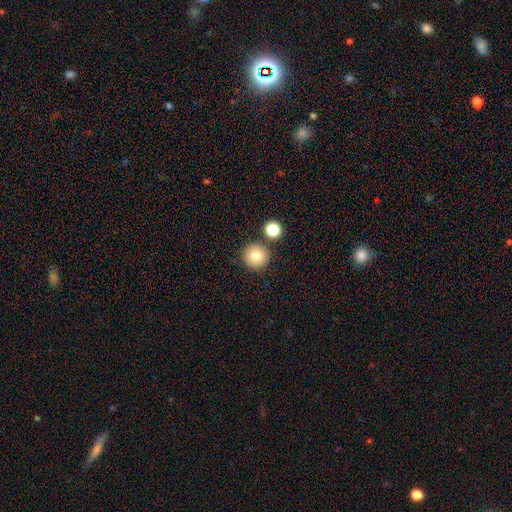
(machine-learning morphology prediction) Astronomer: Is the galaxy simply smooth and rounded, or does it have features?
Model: smooth — 81%.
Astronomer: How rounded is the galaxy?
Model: round — 95%.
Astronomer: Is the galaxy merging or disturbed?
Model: none — 83%.